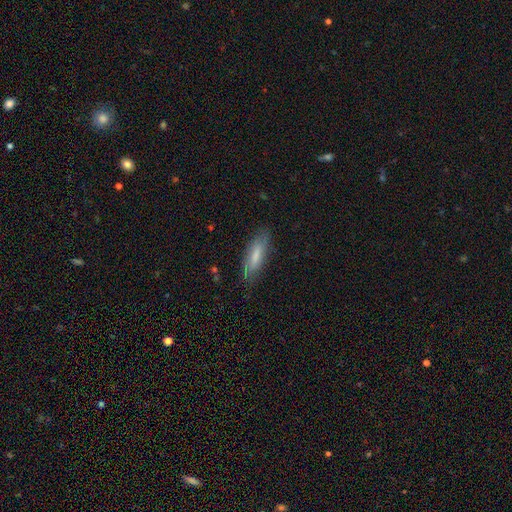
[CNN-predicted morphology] smooth-or-featured: smooth: 65% | featured or disk: 28% | star or artifact: 7%
  how-rounded: cigar-shaped: 52% | in between: 46% | round: 2%
  merging: none: 78% | minor disturbance: 16% | major disturbance: 4% | merger: 1%